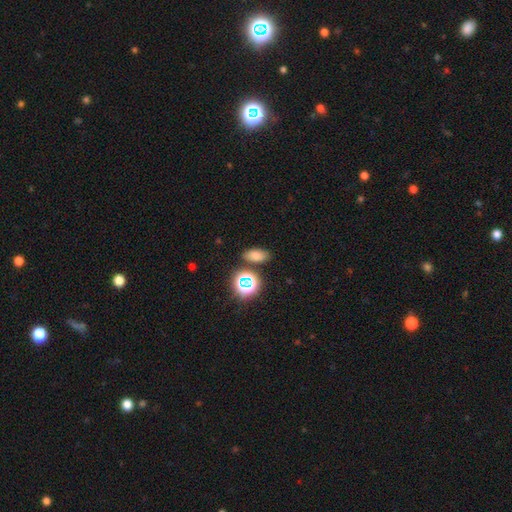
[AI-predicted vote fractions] smooth-or-featured: smooth: 72% | star or artifact: 20% | featured or disk: 8%
  how-rounded: in between: 84% | round: 11% | cigar-shaped: 5%
  merging: none: 81% | minor disturbance: 10% | merger: 6% | major disturbance: 3%